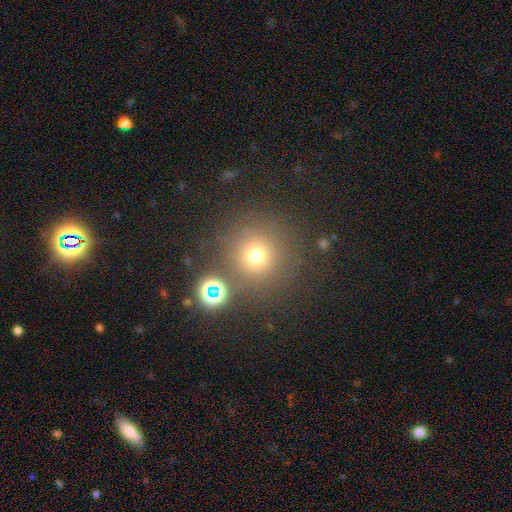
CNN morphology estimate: This is likely a smooth galaxy (70%). How rounded: clearly round (94%). Merging: clearly none (82%).